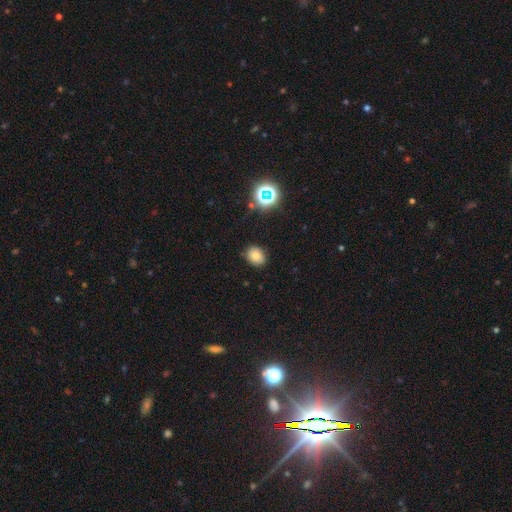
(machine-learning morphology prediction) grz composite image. It shows a smooth galaxy with no disk features (76%) that is round (56%). Merging: none (84%).